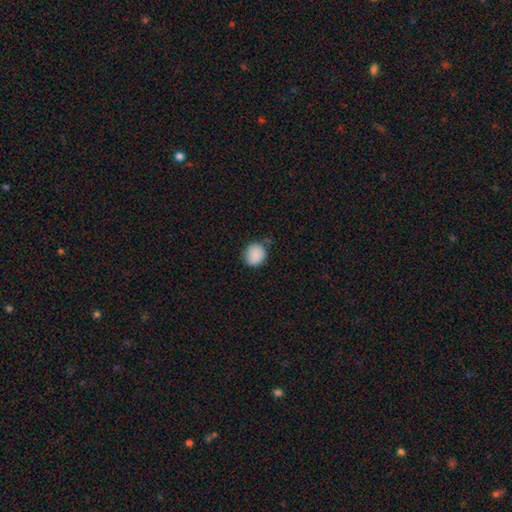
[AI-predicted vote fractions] Smooth or featured? smooth (89%)
How rounded? round (73%)
Merging? none (71%)